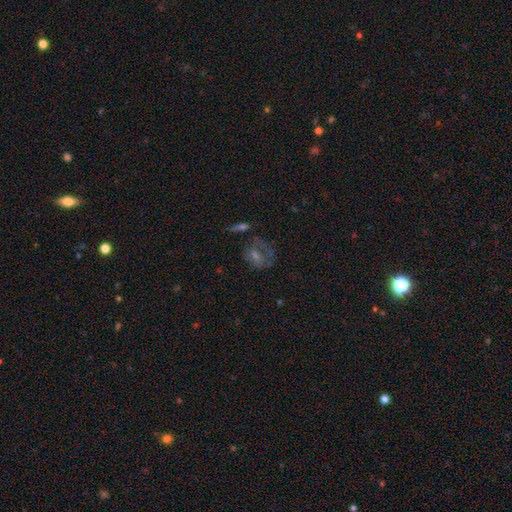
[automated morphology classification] featured or disk 48%, smooth 31%, star or artifact 21%. Down the decision tree: merging — none (50%).